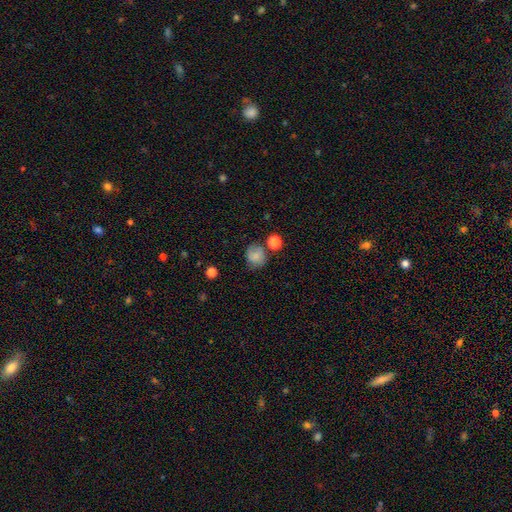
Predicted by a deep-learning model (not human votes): Smooth or featured: smooth — 78% (featured or disk — 11%)
How rounded: round — 80% (in between — 19%)
Merging: none — 68% (minor disturbance — 19%)